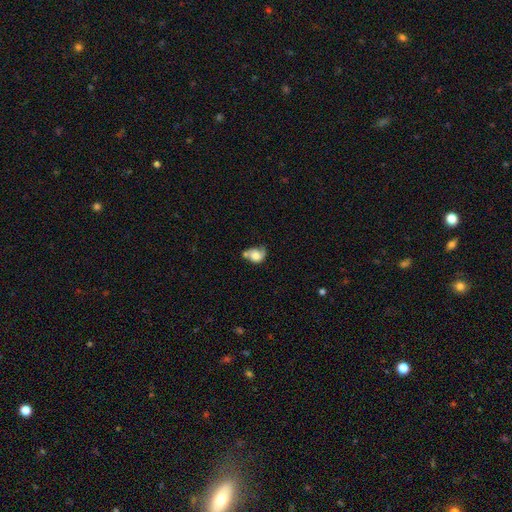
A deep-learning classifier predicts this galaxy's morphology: smooth-or-featured: smooth: 61% | featured or disk: 30% | star or artifact: 9%
  how-rounded: in between: 51% | round: 48% | cigar-shaped: 1%
  merging: merger: 29% (tied) | none: 29% (tied) | minor disturbance: 27% | major disturbance: 16%